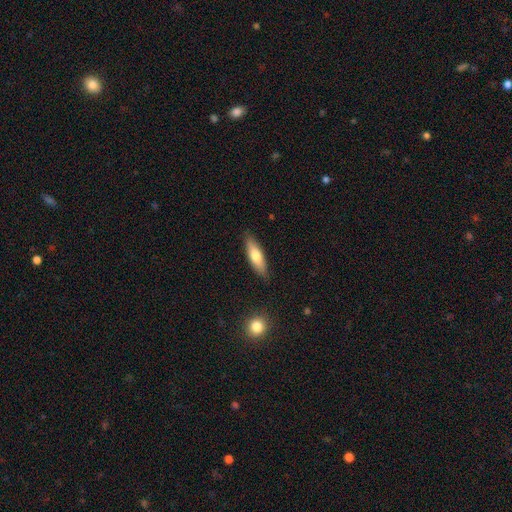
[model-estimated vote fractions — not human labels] smooth 70%, featured or disk 24%, star or artifact 6%. Down the decision tree: how rounded — cigar-shaped (52%); merging — none (87%).